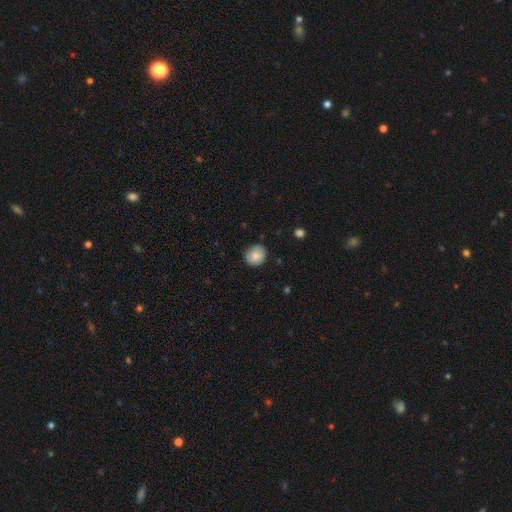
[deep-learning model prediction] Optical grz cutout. It shows a smooth galaxy with no disk features (86%) that is round (83%). Merging: none (85%).